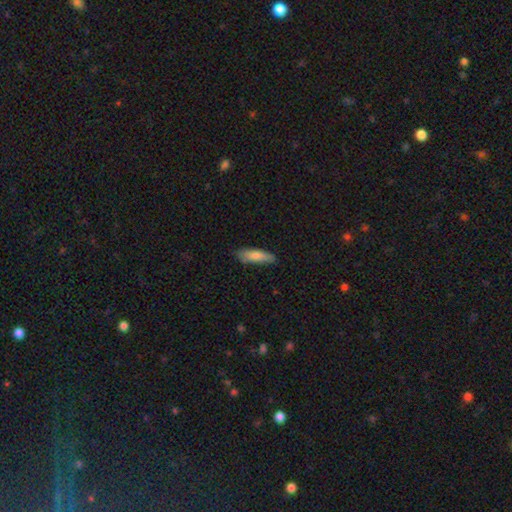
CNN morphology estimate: smooth_or_featured: smooth (p=0.80) [alt: featured or disk p=0.14]
how_rounded: cigar-shaped (p=0.56) [alt: in between p=0.42]
merging: none (p=0.79) [alt: minor disturbance p=0.17]